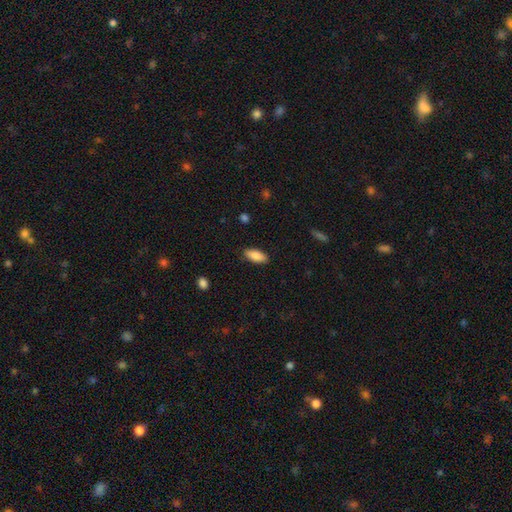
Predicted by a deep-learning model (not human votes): Smooth or featured?
  - smooth: 86% *
  - featured or disk: 8%
  - star or artifact: 6%
How rounded?
  - in between: 83% *
  - cigar-shaped: 15%
  - round: 2%
Merging?
  - none: 87% *
  - minor disturbance: 10%
  - major disturbance: 2%
  - merger: 1%